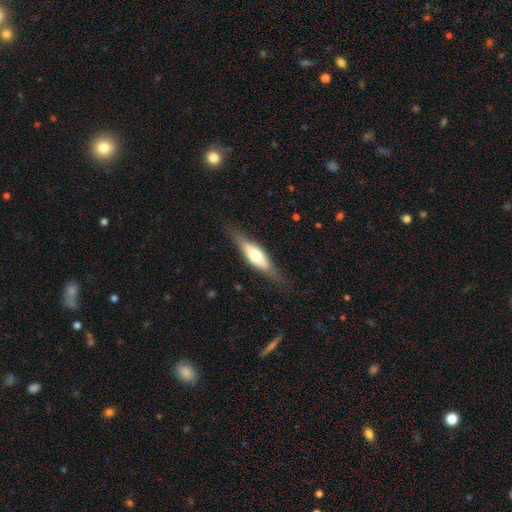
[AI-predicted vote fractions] smooth 47% (tied), featured or disk 47% (tied), star or artifact 6%. Down the decision tree: merging — none (79%).